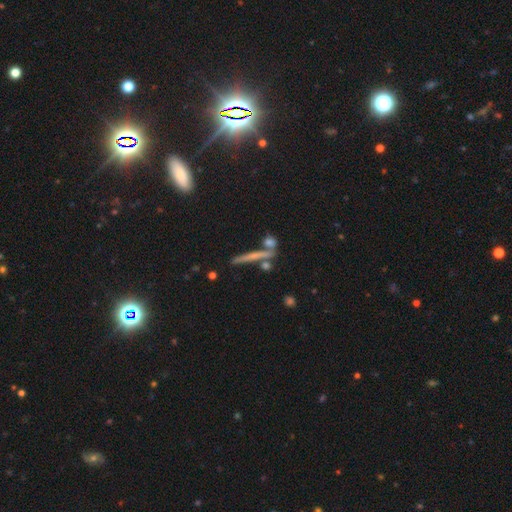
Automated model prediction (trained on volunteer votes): smooth_or_featured: featured or disk (p=0.47) [alt: smooth p=0.40]
merging: none (p=0.68) [alt: merger p=0.17]